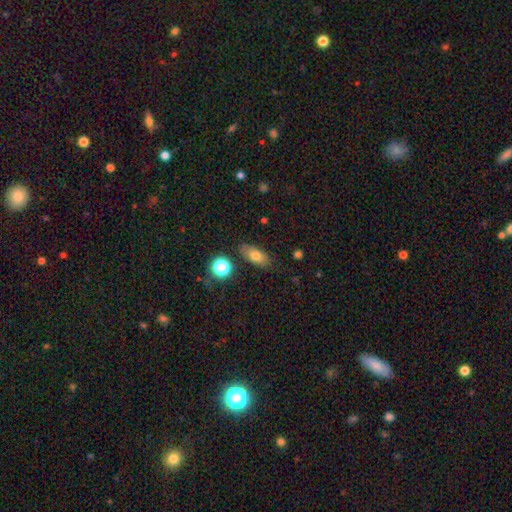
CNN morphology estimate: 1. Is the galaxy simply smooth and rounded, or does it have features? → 73% smooth, 16% featured or disk, 11% star or artifact.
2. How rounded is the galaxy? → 79% in between, 13% cigar-shaped, 8% round.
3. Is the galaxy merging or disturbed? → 82% none, 12% minor disturbance, 3% major disturbance, 3% merger.